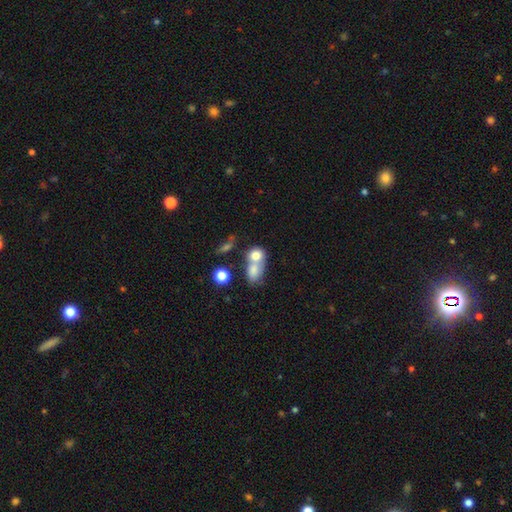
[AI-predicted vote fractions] This appears to be a smooth galaxy with no disk features (76%) that is round (50%). Merging: merger (65%).